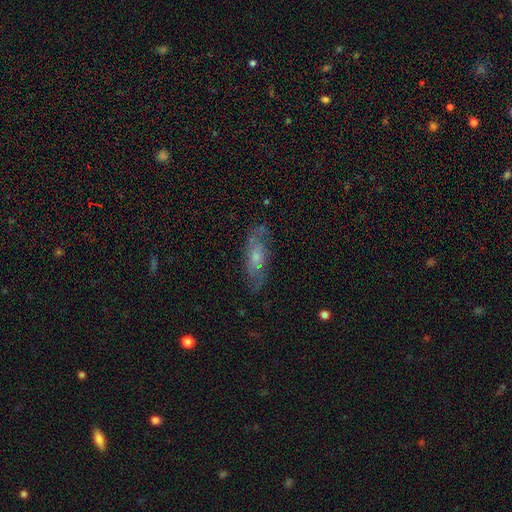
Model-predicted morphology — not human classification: The model was most divided on "smooth or featured": featured or disk: 57%, smooth: 33%, star or artifact: 9%. More confident: edge-on disk — no (76%); merging — none (71%).